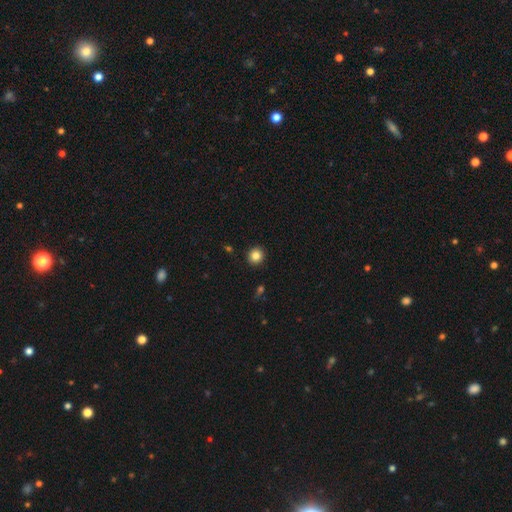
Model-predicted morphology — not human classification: This is clearly a smooth galaxy (84%). How rounded: clearly round (92%). Merging: clearly none (92%).